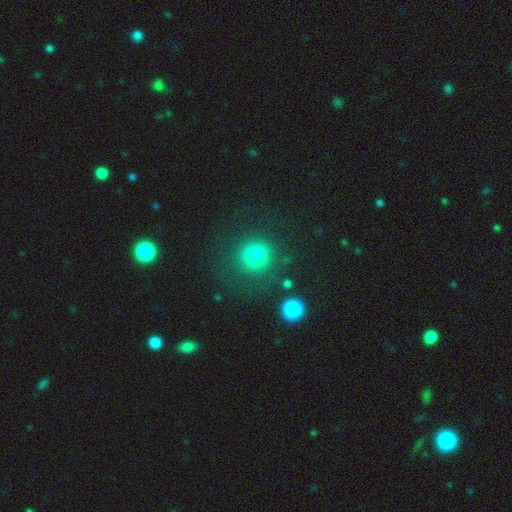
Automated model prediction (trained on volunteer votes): The model was most divided on "merging": none: 71%, minor disturbance: 15%, major disturbance: 10%, merger: 4%. More confident: how rounded — round (86%); smooth or featured — smooth (75%).